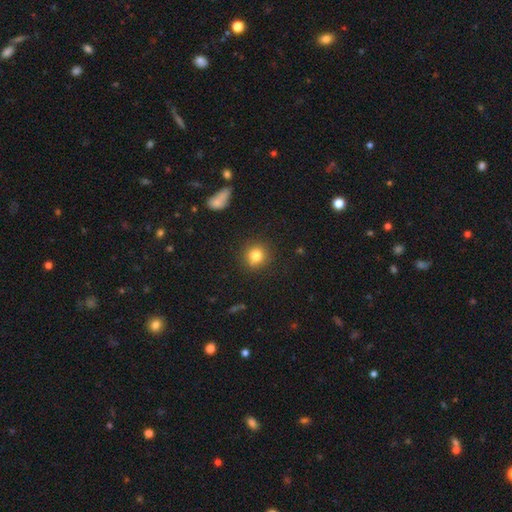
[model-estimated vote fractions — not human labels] This appears to be a smooth galaxy with no disk features (82%) that is round (88%). Merging: none (85%).